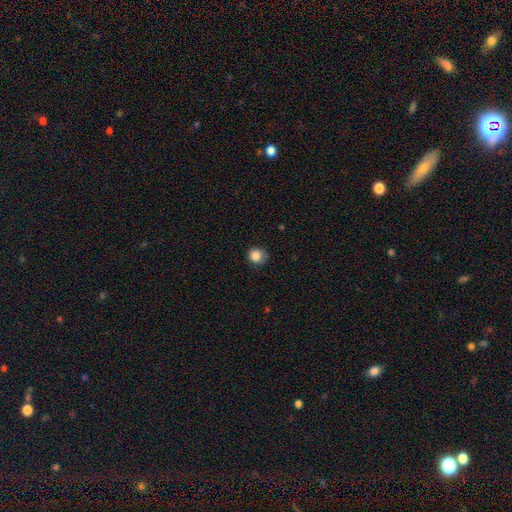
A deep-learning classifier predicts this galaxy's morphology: The model was most divided on "merging": none: 78%, minor disturbance: 18%, major disturbance: 3%, merger: 1%. More confident: how rounded — round (88%); smooth or featured — smooth (86%).